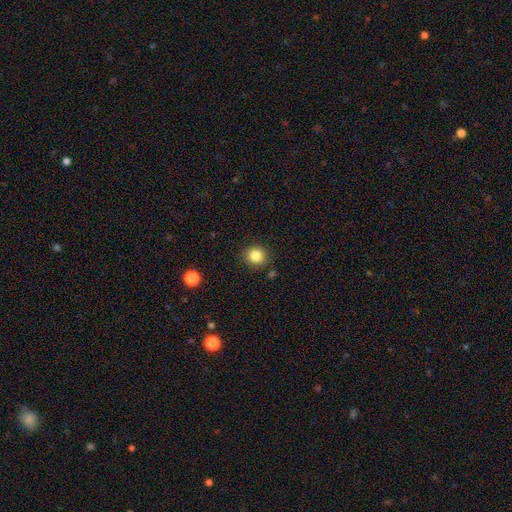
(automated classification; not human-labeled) The model was most divided on "how rounded": round: 86%, in between: 13%, cigar-shaped: 1%. More confident: merging — none (88%); smooth or featured — smooth (85%).